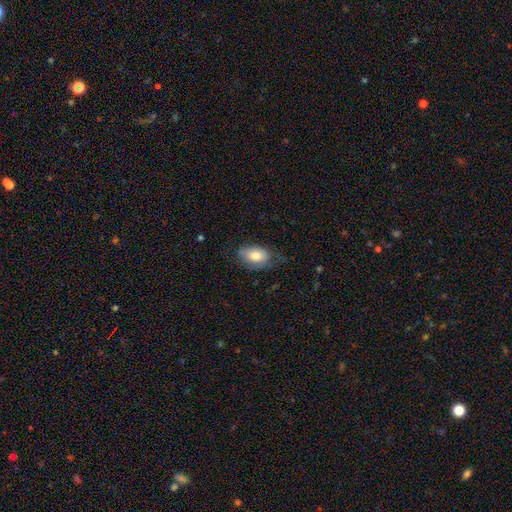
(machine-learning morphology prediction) type=smooth (77%); roundness=in between (89%); merging=none (61%).